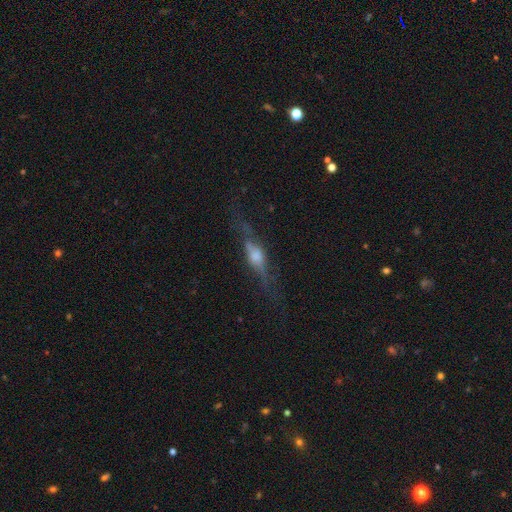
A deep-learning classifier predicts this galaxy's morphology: The model was most divided on "smooth or featured": featured or disk: 67%, smooth: 23%, star or artifact: 10%. More confident: edge-on disk — yes (92%); edge-on bulge — rounded (78%); merging — none (66%).